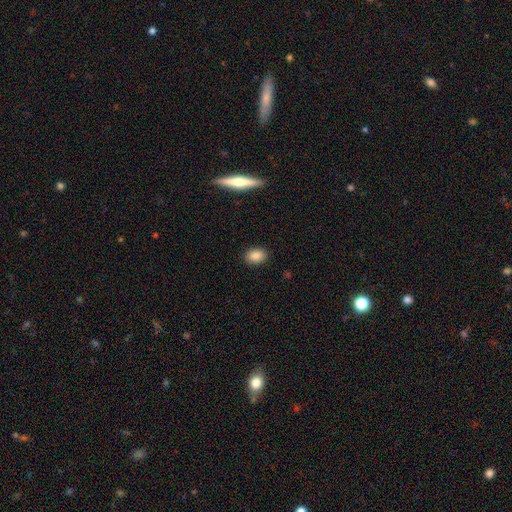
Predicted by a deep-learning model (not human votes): Smooth or featured: smooth — 86% (star or artifact — 9%)
How rounded: in between — 74% (round — 24%)
Merging: none — 89% (minor disturbance — 8%)